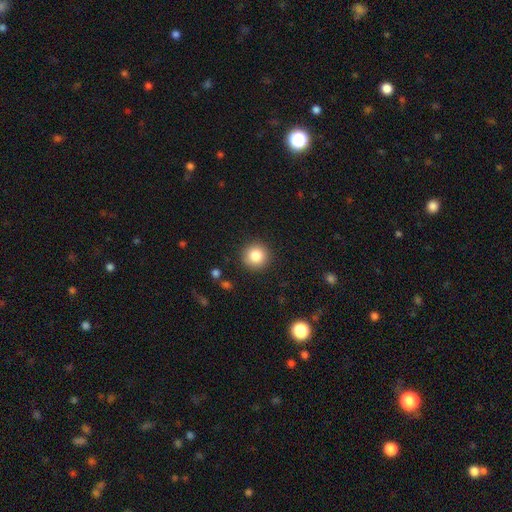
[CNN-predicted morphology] A smooth galaxy with no disk features (84%) that is round (94%). Merging: none (91%).